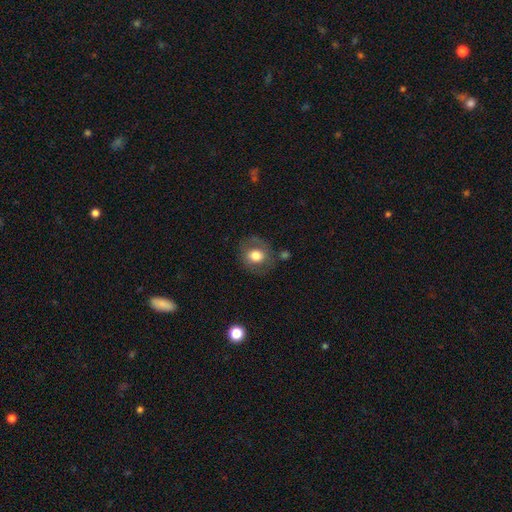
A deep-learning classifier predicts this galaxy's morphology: Smooth or featured?
  - smooth: 67% *
  - featured or disk: 24%
  - star or artifact: 8%
How rounded?
  - round: 68% *
  - in between: 31%
  - cigar-shaped: 1%
Merging?
  - none: 74% *
  - minor disturbance: 15%
  - major disturbance: 7%
  - merger: 4%